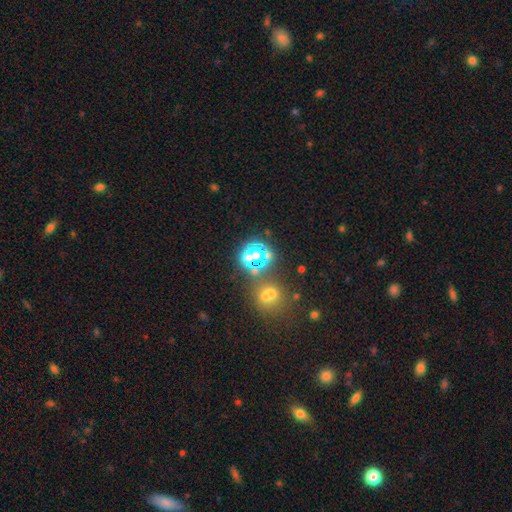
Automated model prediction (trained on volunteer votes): Smooth or featured? star or artifact (48%)